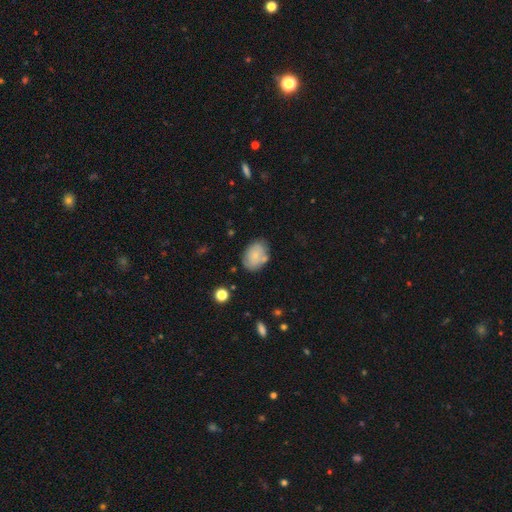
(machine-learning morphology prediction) smooth_or_featured: smooth (p=0.77) [alt: featured or disk p=0.15]
how_rounded: in between (p=0.82) [alt: round p=0.17]
merging: none (p=0.67) [alt: minor disturbance p=0.19]